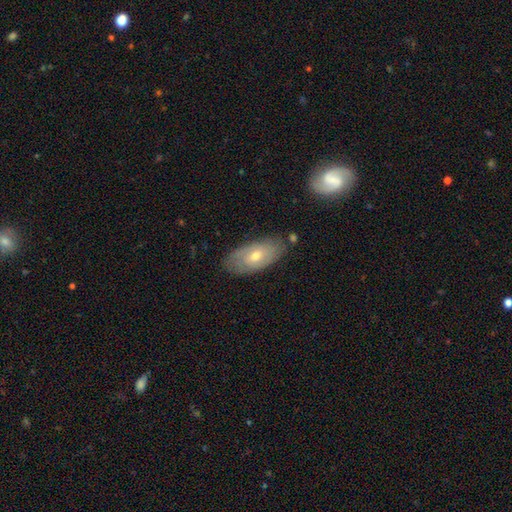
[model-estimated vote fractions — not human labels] Smooth or featured: smooth — 52% (featured or disk — 41%)
How rounded: in between — 90% (cigar-shaped — 7%)
Merging: none — 77% (minor disturbance — 17%)